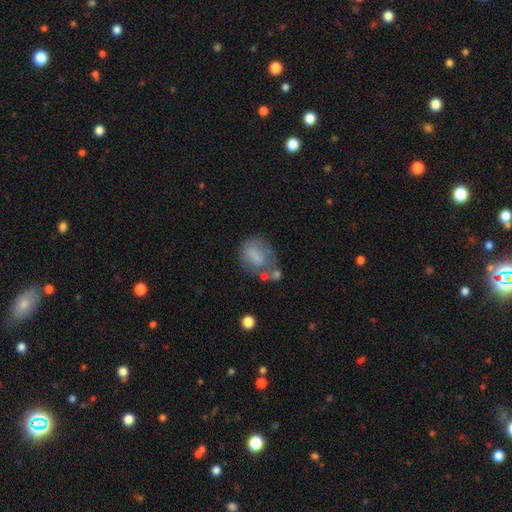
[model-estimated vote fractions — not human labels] Q: Smooth or featured?
A: smooth (67%); runner-up: featured or disk (23%)
Q: How rounded?
A: in between (56%); runner-up: round (42%)
Q: Merging?
A: none (41%); runner-up: minor disturbance (25%)